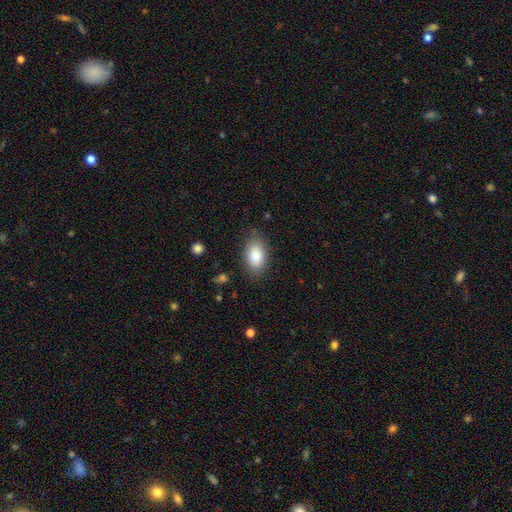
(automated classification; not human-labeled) Smooth or featured? Predicted: smooth (p=0.83). How rounded? Predicted: in between (p=0.90). Merging? Predicted: none (p=0.80).